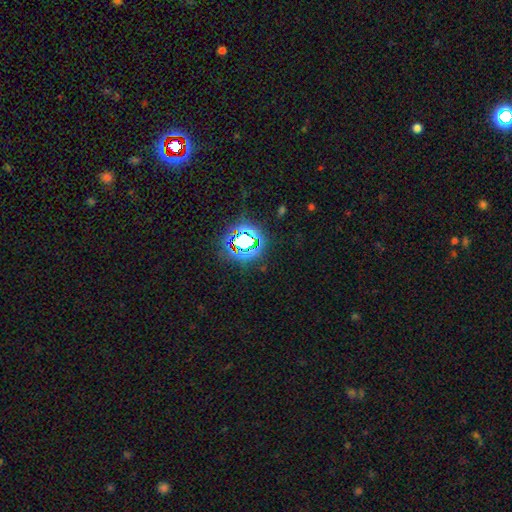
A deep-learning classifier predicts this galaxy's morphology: Q: Smooth or featured?
A: star or artifact (77%); runner-up: smooth (16%)